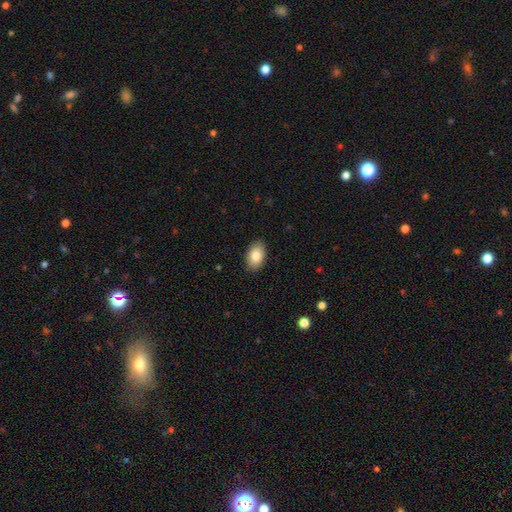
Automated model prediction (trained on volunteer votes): smooth-or-featured: smooth: 85% | featured or disk: 8% | star or artifact: 7%
  how-rounded: in between: 92% | round: 7% | cigar-shaped: 1%
  merging: none: 89% | minor disturbance: 9% | major disturbance: 2% | merger: 1%